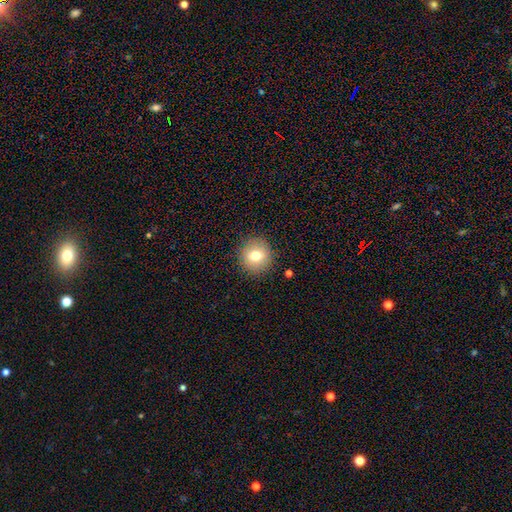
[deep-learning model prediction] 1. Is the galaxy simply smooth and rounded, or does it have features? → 74% smooth, 16% featured or disk, 10% star or artifact.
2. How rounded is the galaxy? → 92% round, 8% in between, 1% cigar-shaped.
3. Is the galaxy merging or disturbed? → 90% none, 7% minor disturbance, 2% major disturbance, 1% merger.